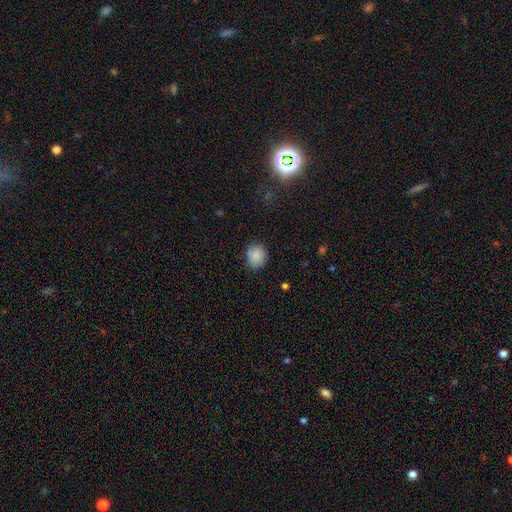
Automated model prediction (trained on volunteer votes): A smooth galaxy with no disk features (87%) that is round (75%).

Vote fractions:
- Smooth or featured? smooth: 87% / star or artifact: 8% / featured or disk: 5%
- How rounded? round: 75% / in between: 24% / cigar-shaped: 1%
- Merging? none: 84% / minor disturbance: 12% / major disturbance: 3% / merger: 1%